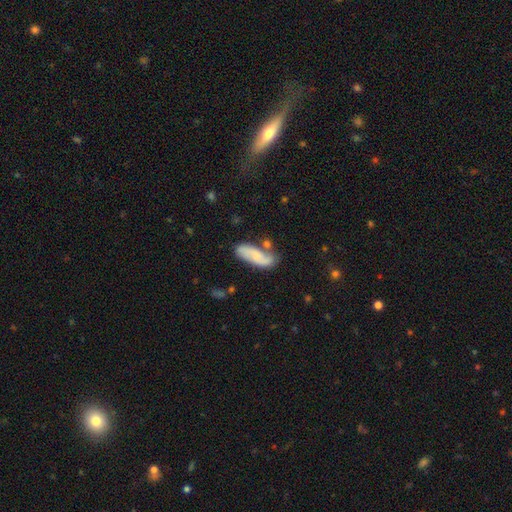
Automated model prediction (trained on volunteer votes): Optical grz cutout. It shows a smooth galaxy with no disk features (47%). Merging: none (61%).